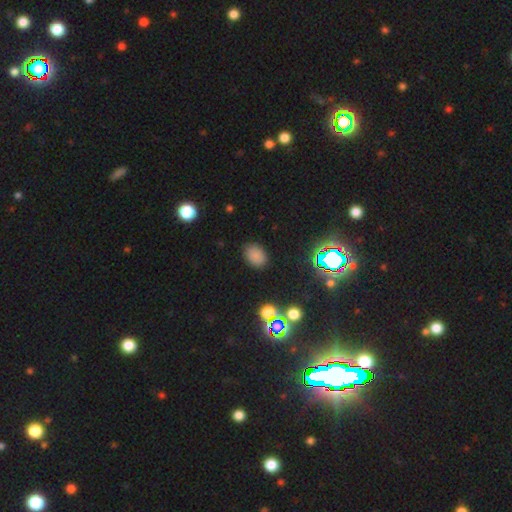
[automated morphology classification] This appears to be a smooth galaxy with no disk features (76%) that is in between round and cigar-shaped (74%). Merging: none (85%).